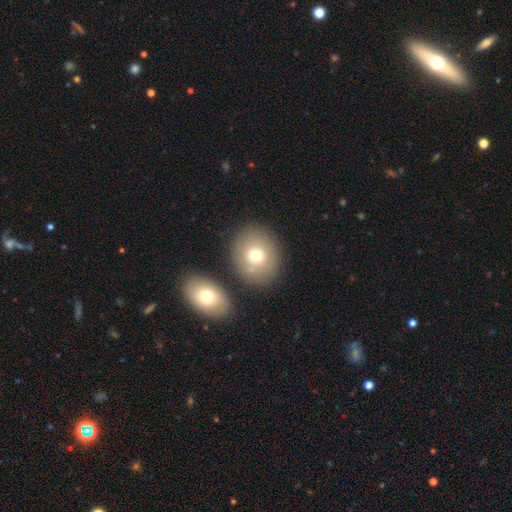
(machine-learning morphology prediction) Smooth or featured?
  - smooth: 72% *
  - featured or disk: 17%
  - star or artifact: 10%
How rounded?
  - round: 65% *
  - in between: 34%
  - cigar-shaped: 1%
Merging?
  - none: 70% *
  - merger: 16%
  - minor disturbance: 11%
  - major disturbance: 4%